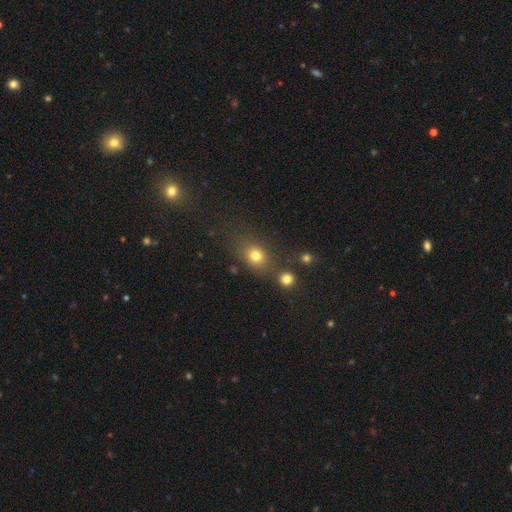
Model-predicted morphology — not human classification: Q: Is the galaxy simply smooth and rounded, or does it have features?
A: smooth — 77%.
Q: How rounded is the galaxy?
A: round — 55%.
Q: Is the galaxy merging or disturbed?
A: none — 67%.